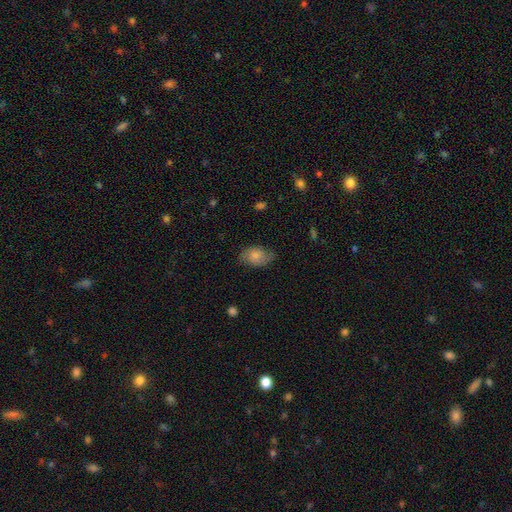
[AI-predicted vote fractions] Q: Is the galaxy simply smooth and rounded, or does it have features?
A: smooth — 68%.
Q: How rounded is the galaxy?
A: in between — 86%.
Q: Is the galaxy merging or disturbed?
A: none — 69%.